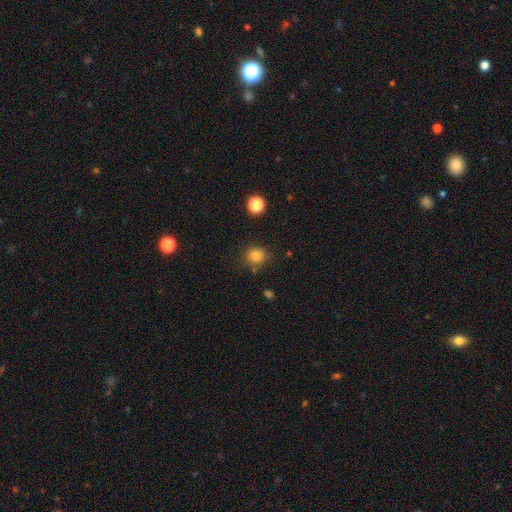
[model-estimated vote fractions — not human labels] This is clearly a smooth galaxy (82%). How rounded: clearly round (81%). Merging: likely none (78%).